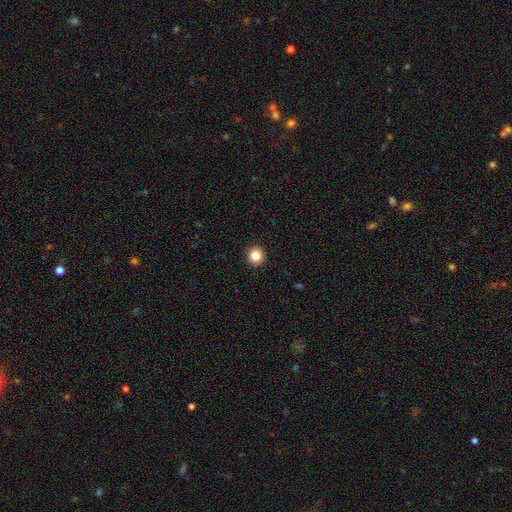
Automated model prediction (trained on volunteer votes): Smooth or featured?
  - smooth: 85% *
  - star or artifact: 10%
  - featured or disk: 5%
How rounded?
  - round: 94% *
  - in between: 5%
  - cigar-shaped: 1%
Merging?
  - none: 93% *
  - minor disturbance: 4%
  - major disturbance: 1%
  - merger: 1%